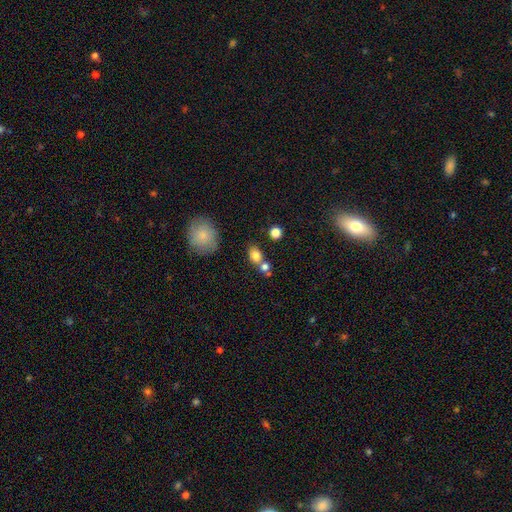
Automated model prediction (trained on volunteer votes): A smooth galaxy with no disk features (78%) that is in between round and cigar-shaped (60%).

Vote fractions:
- Smooth or featured? smooth: 78% / featured or disk: 11% / star or artifact: 11%
- How rounded? in between: 60% / round: 37% / cigar-shaped: 3%
- Merging? none: 52% / merger: 33% / minor disturbance: 11% / major disturbance: 4%